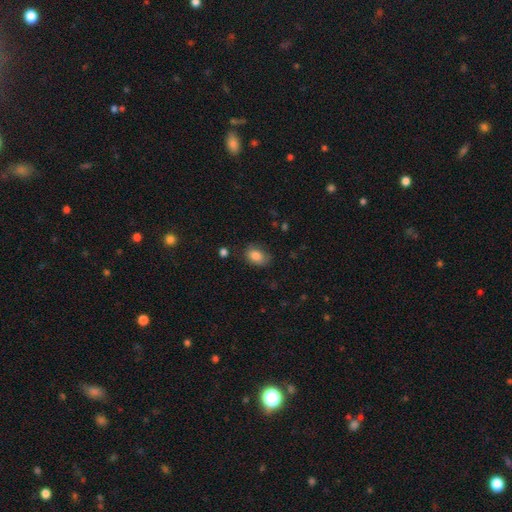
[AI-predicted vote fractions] Morphology: type=smooth (84%); roundness=in between (79%); merging=none (72%).